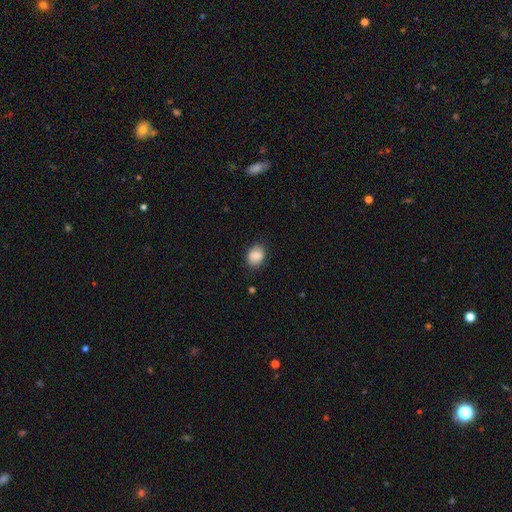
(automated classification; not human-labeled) A smooth galaxy with no disk features (87%) that is in between round and cigar-shaped (63%).

Vote fractions:
- Smooth or featured? smooth: 87% / star or artifact: 8% / featured or disk: 5%
- How rounded? in between: 63% / round: 36% / cigar-shaped: 1%
- Merging? none: 81% / minor disturbance: 15% / major disturbance: 3% / merger: 1%